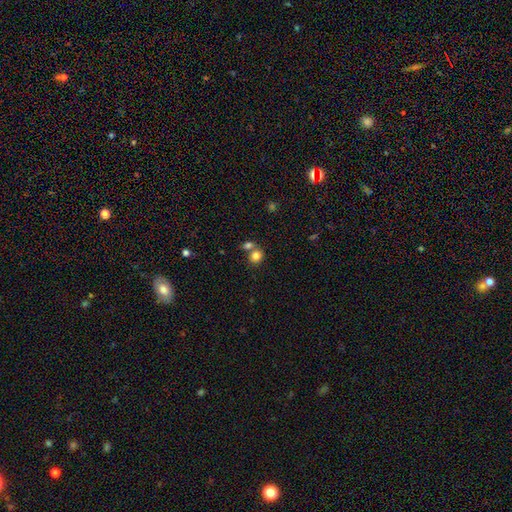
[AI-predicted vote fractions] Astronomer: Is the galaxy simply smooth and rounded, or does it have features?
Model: smooth — 81%.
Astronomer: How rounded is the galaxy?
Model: round — 80%.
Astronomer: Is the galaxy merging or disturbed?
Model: none — 53% (runner-up: merger, 36%).